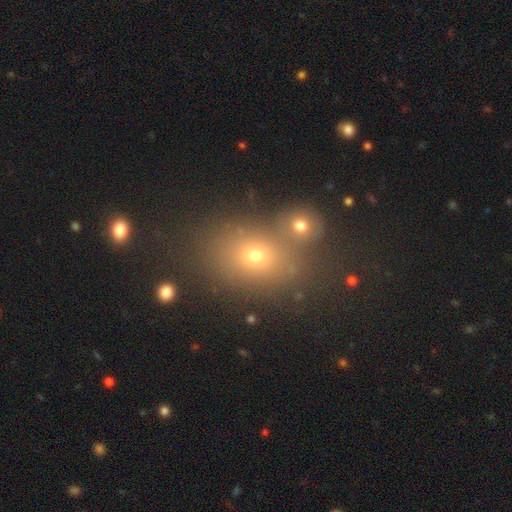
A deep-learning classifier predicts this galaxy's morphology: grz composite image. It shows a smooth galaxy with no disk features (60%) that is in between round and cigar-shaped (56%). Merging: none (67%).